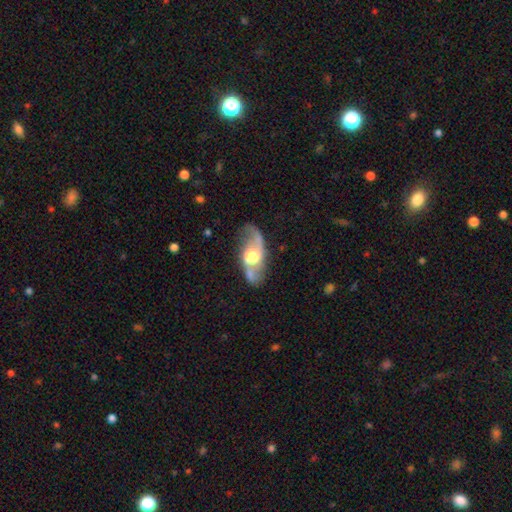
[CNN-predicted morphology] Smooth or featured: featured or disk — 78% (smooth — 16%)
Edge-on disk: no — 89% (yes — 11%)
Bar: no — 71% (weak — 22%)
Spiral arms: yes — 80% (no — 20%)
Spiral winding: loose — 60% (medium — 31%)
Spiral arm count: 2 — 88% (can't tell — 5%)
Bulge size: moderate — 58% (large — 35%)
Merging: none — 69% (minor disturbance — 18%)